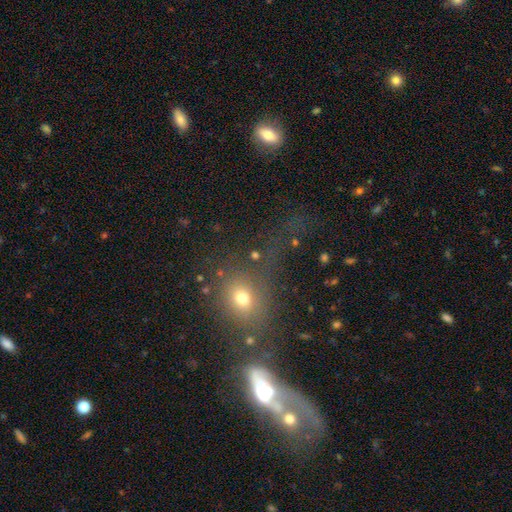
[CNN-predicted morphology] Smooth or featured?
  - smooth: 58% *
  - star or artifact: 28%
  - featured or disk: 14%
How rounded?
  - round: 59% *
  - in between: 36%
  - cigar-shaped: 5%
Merging?
  - none: 48% *
  - merger: 20%
  - major disturbance: 19%
  - minor disturbance: 13%